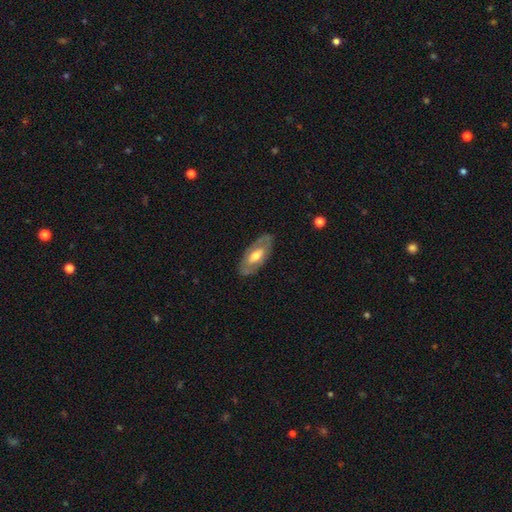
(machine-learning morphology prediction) Smooth or featured: featured or disk — 57% (smooth — 38%)
Edge-on disk: no — 83% (yes — 17%)
Merging: none — 81% (minor disturbance — 14%)